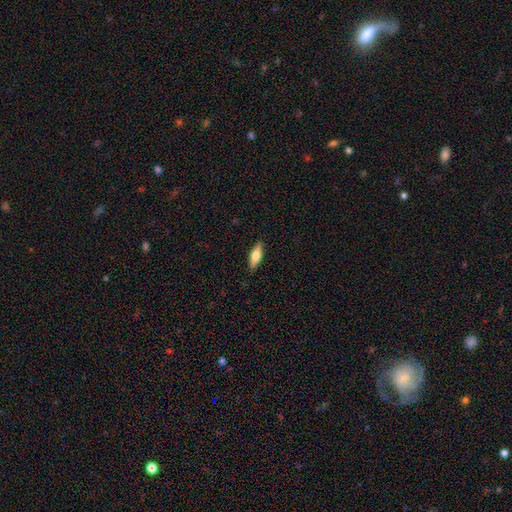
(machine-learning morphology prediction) Smooth or featured?
  - smooth: 60% *
  - featured or disk: 34%
  - star or artifact: 6%
How rounded?
  - in between: 57% *
  - cigar-shaped: 41%
  - round: 2%
Merging?
  - none: 88% *
  - minor disturbance: 9%
  - major disturbance: 2%
  - merger: 1%